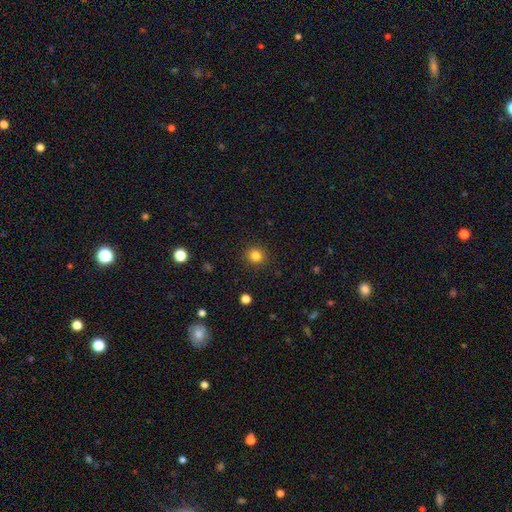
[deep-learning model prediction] Morphology: type=smooth (83%); roundness=round (93%); merging=none (91%).